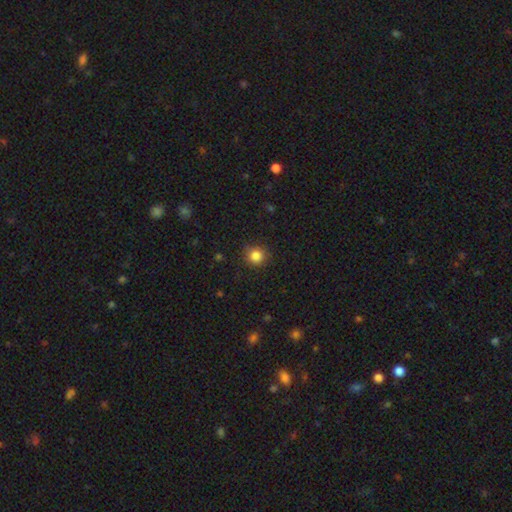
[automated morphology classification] Overall: smooth (85%). How rounded: round (91%). Merging: none (87%).